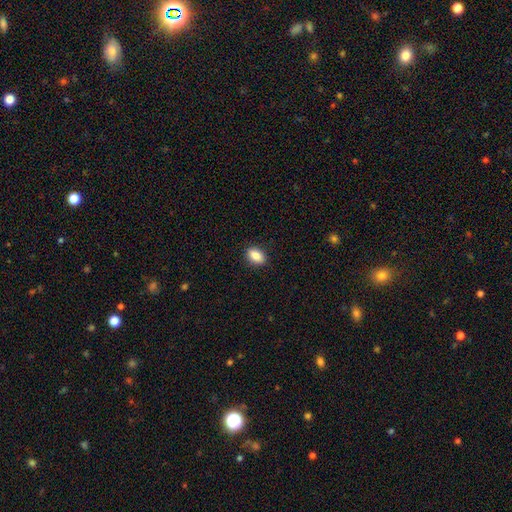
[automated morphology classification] Smooth or featured? smooth (89%)
How rounded? in between (87%)
Merging? none (89%)